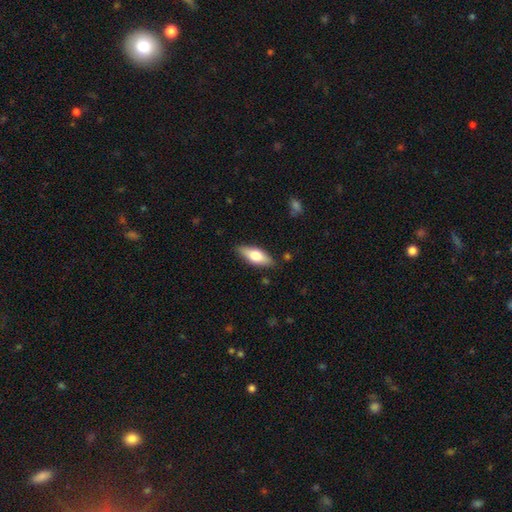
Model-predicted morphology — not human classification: This is likely a smooth galaxy (62%). How rounded: likely in between (68%). Merging: clearly none (85%).